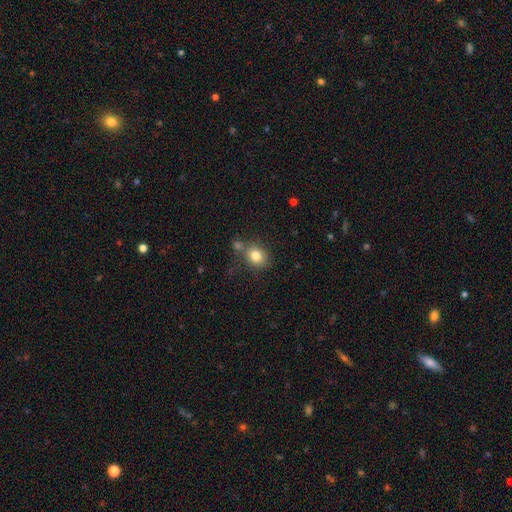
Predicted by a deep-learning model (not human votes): Overall: smooth (81%). How rounded: round (68%; in between 31%). Merging: none (67%).